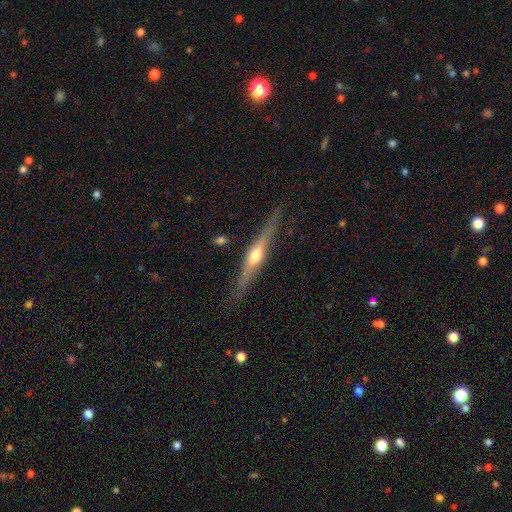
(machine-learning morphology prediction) smooth_or_featured: featured or disk (p=0.68) [alt: smooth p=0.26]
disk_edge_on: yes (p=0.95) [alt: no p=0.05]
edge_on_bulge: rounded (p=0.86) [alt: none p=0.08]
merging: none (p=0.83) [alt: minor disturbance p=0.13]